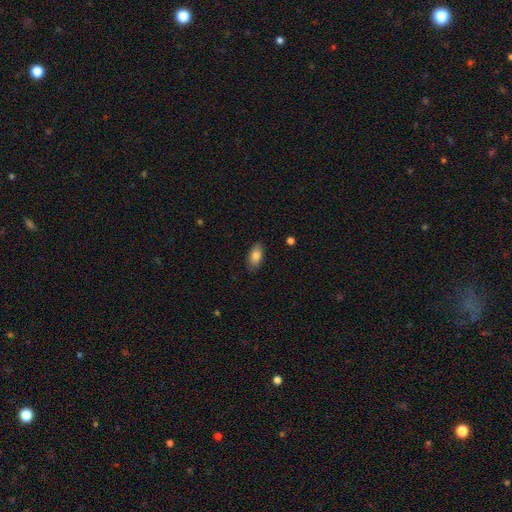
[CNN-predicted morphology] Smooth or featured?
  - smooth: 83% *
  - featured or disk: 9%
  - star or artifact: 7%
How rounded?
  - in between: 91% *
  - round: 5%
  - cigar-shaped: 4%
Merging?
  - none: 85% *
  - minor disturbance: 11%
  - major disturbance: 2%
  - merger: 1%